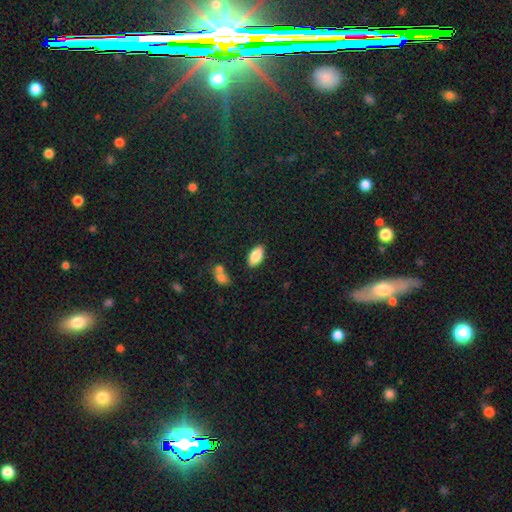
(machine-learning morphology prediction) This is clearly a smooth galaxy (86%). How rounded: clearly in between (92%). Merging: clearly none (83%).